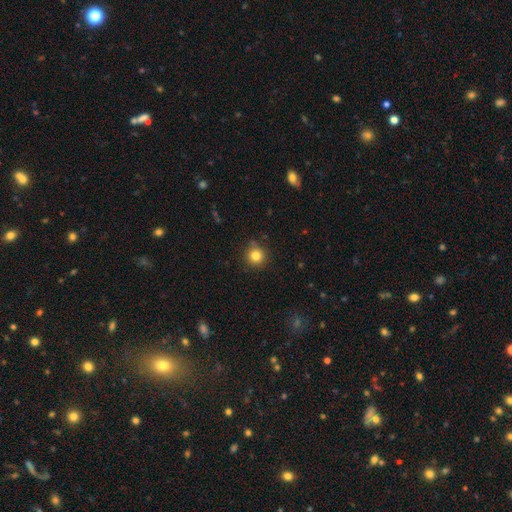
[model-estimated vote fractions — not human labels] This appears to be a smooth galaxy with no disk features (82%) that is round (94%). Merging: none (86%).